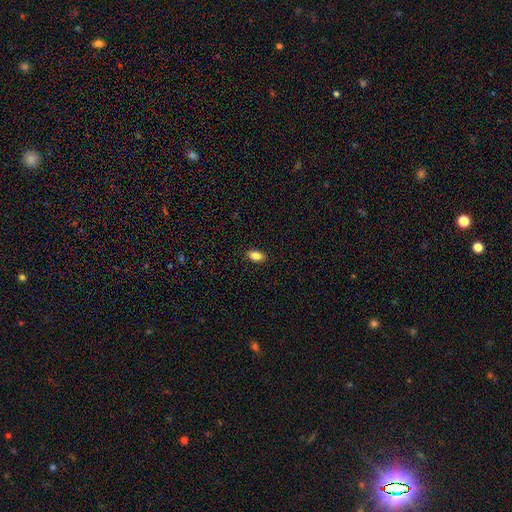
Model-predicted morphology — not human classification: Overall: smooth (84%). How rounded: in between (89%). Merging: none (89%).